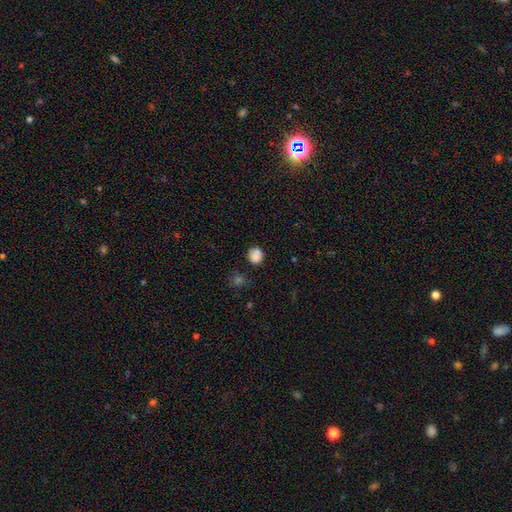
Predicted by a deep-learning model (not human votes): Smooth or featured? Predicted: smooth (p=0.85). How rounded? Predicted: round (p=0.84). Merging? Predicted: none (p=0.82).